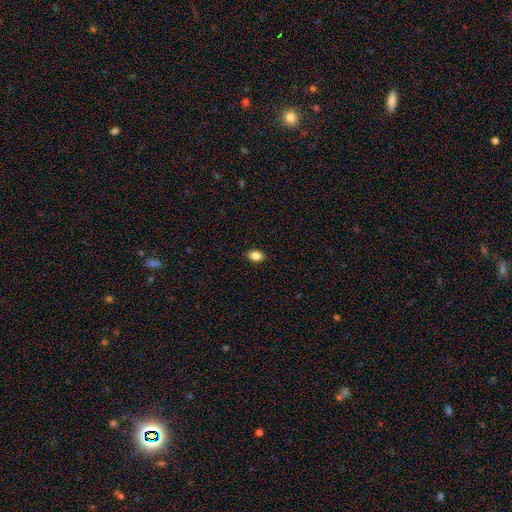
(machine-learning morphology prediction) type=smooth (87%); roundness=in between (85%); merging=none (90%).